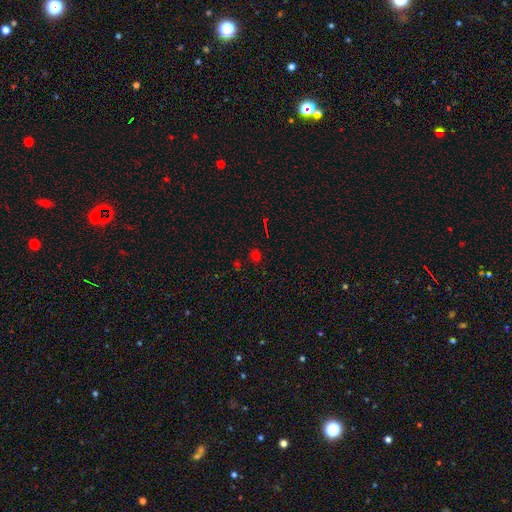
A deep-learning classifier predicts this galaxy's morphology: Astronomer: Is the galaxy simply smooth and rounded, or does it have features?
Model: smooth — 61%.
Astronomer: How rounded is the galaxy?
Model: round — 79%.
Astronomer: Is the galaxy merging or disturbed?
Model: none — 84%.